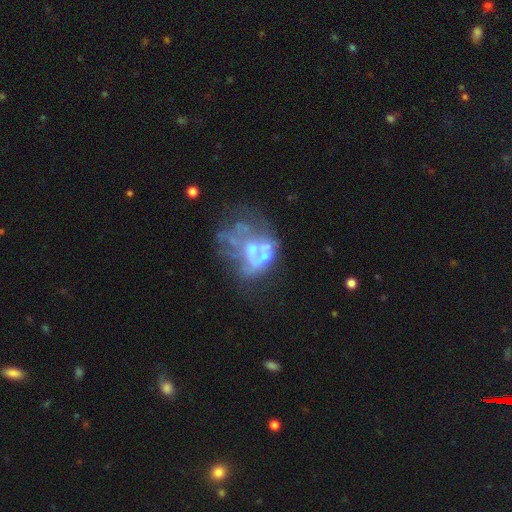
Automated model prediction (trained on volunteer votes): The model was most divided on "merging": major disturbance: 30%, merger: 29%, none: 27%, minor disturbance: 13%. Remaining: edge-on disk — no (98%); spiral arms — no (91%); bar — no (90%); smooth or featured — featured or disk (64%); bulge size — none (40%).